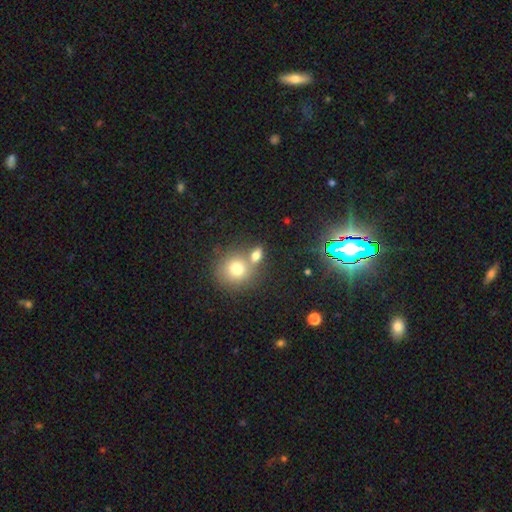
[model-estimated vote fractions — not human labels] This is likely a smooth galaxy (72%). How rounded: possibly in between (52%). Merging: possibly none (46%).